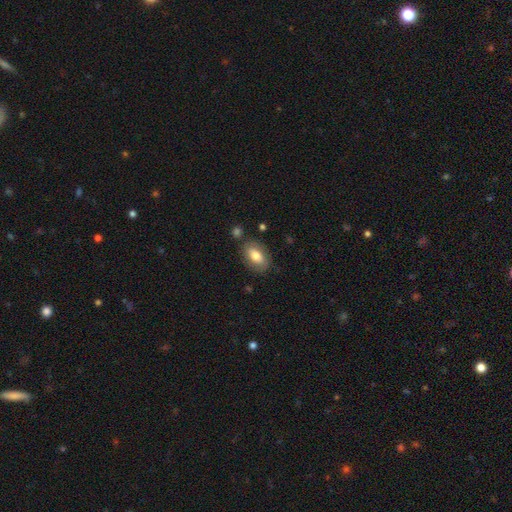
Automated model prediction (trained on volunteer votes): Smooth or featured? Predicted: smooth (p=0.74). How rounded? Predicted: in between (p=0.89). Merging? Predicted: none (p=0.78).